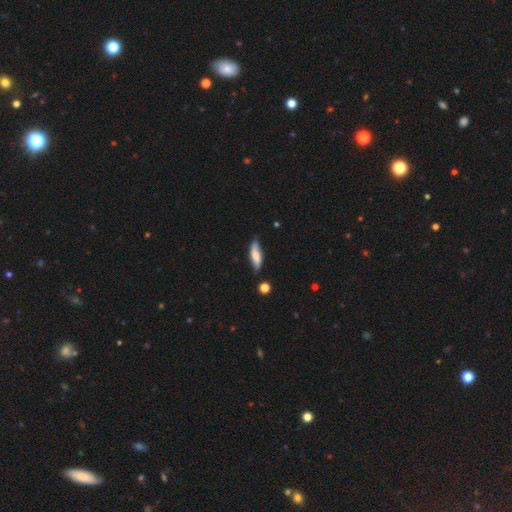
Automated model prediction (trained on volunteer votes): Smooth or featured? Predicted: smooth (p=0.63). How rounded? Predicted: cigar-shaped (p=0.51). Merging? Predicted: none (p=0.72).